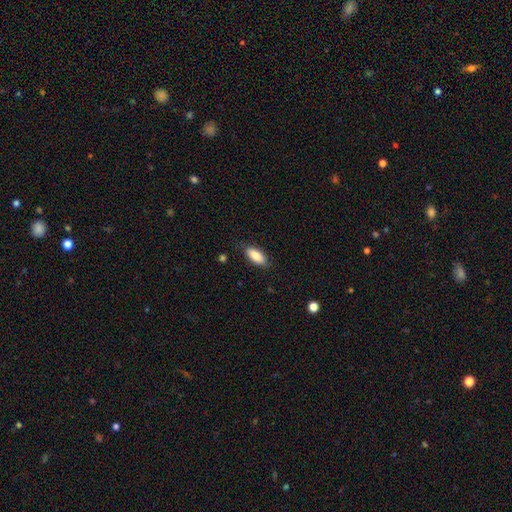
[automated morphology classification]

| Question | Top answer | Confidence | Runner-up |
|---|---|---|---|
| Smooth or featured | smooth | 85% | featured or disk (9%) |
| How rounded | in between | 86% | cigar-shaped (12%) |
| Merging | none | 83% | minor disturbance (13%) |